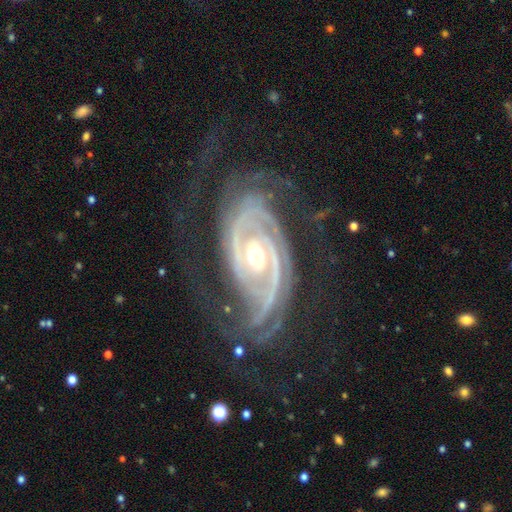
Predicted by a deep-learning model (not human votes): This appears to be a featured or disk galaxy (93%) with no bar (47%), 2 (53%) tight (71%) spiral arms (98%) and a moderate central bulge (53%). Merging: none (66%).